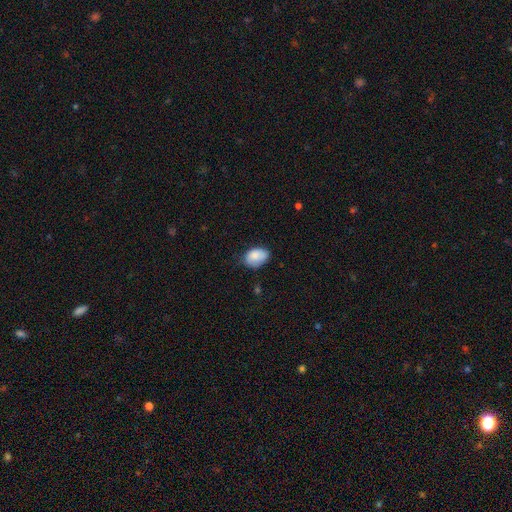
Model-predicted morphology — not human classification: smooth-or-featured: smooth: 85% | featured or disk: 8% | star or artifact: 7%
  how-rounded: in between: 85% | round: 14% | cigar-shaped: 1%
  merging: none: 65% | minor disturbance: 29% | major disturbance: 5% | merger: 1%